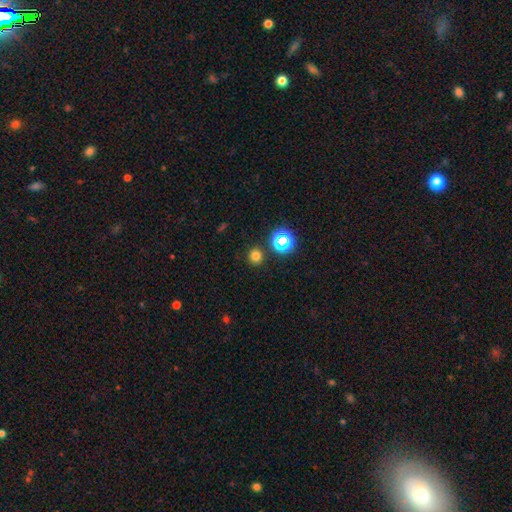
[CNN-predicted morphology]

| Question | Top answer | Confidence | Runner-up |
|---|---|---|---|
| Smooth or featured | smooth | 73% | star or artifact (22%) |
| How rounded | round | 90% | in between (9%) |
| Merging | none | 87% | minor disturbance (6%) |